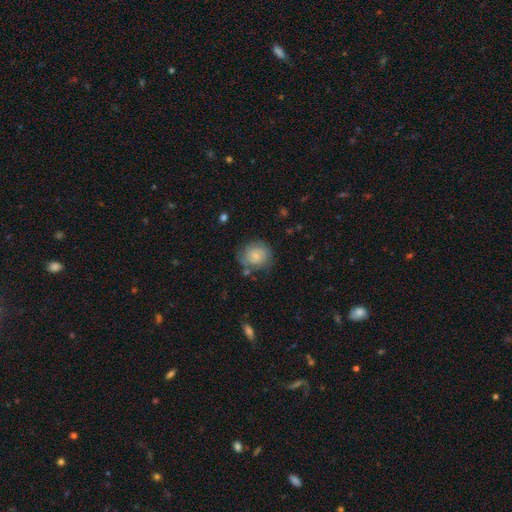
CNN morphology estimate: smooth_or_featured: smooth (p=0.66) [alt: featured or disk p=0.26]
how_rounded: round (p=0.79) [alt: in between p=0.20]
merging: none (p=0.63) [alt: minor disturbance p=0.23]